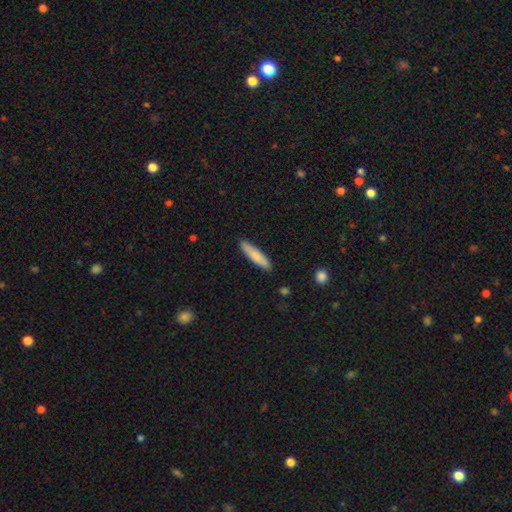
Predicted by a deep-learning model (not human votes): This is clearly a smooth galaxy (80%). How rounded: clearly cigar-shaped (82%). Merging: clearly none (89%).